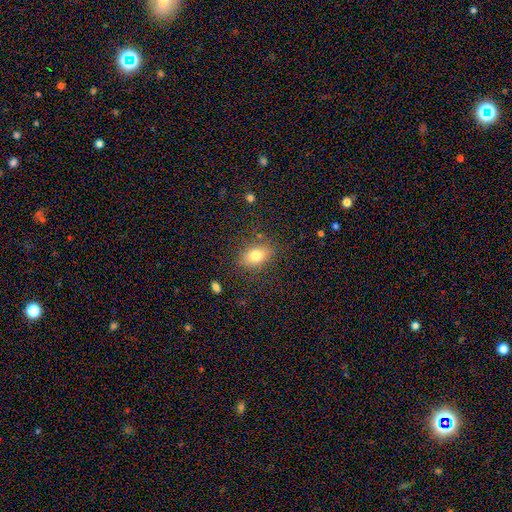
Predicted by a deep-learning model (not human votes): smooth_or_featured: smooth (p=0.76) [alt: featured or disk p=0.12]
how_rounded: in between (p=0.77) [alt: round p=0.20]
merging: none (p=0.81) [alt: minor disturbance p=0.13]